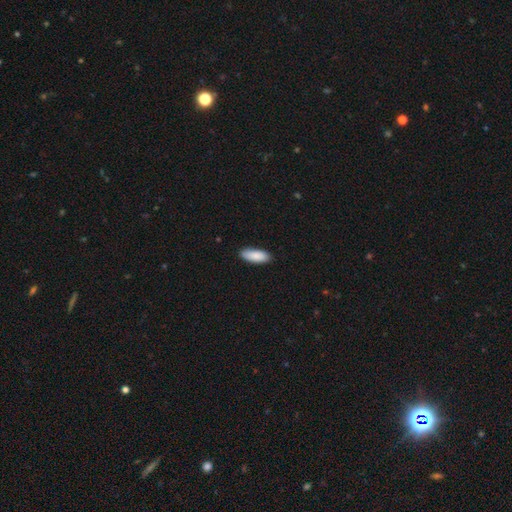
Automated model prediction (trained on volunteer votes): Overall: smooth (89%). How rounded: in between (76%). Merging: none (88%).